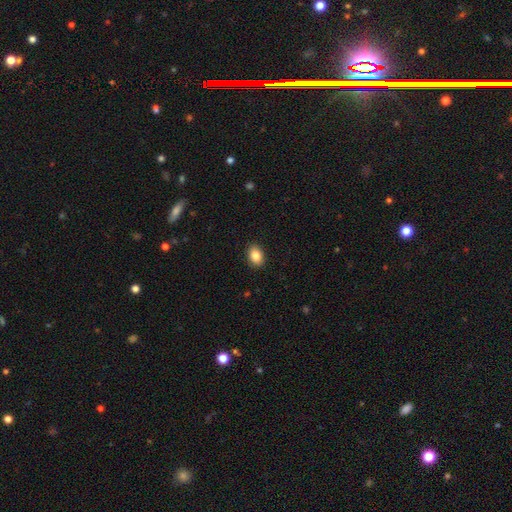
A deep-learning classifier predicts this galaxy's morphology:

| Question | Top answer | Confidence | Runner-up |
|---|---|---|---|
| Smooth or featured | smooth | 85% | star or artifact (8%) |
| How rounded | in between | 76% | round (23%) |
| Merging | none | 90% | minor disturbance (7%) |